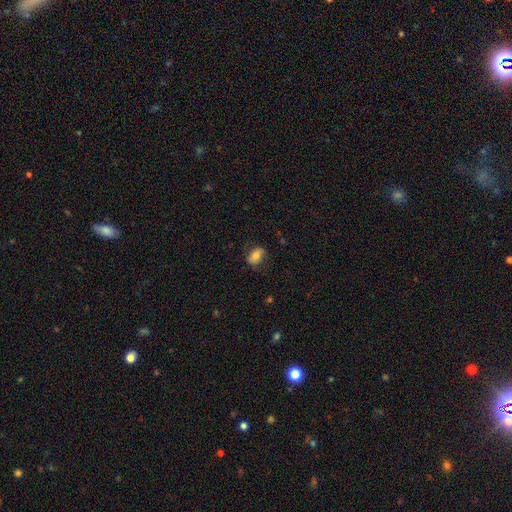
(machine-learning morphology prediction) Q: Smooth or featured?
A: smooth (70%); runner-up: featured or disk (21%)
Q: How rounded?
A: in between (77%); runner-up: round (21%)
Q: Merging?
A: none (75%); runner-up: minor disturbance (18%)